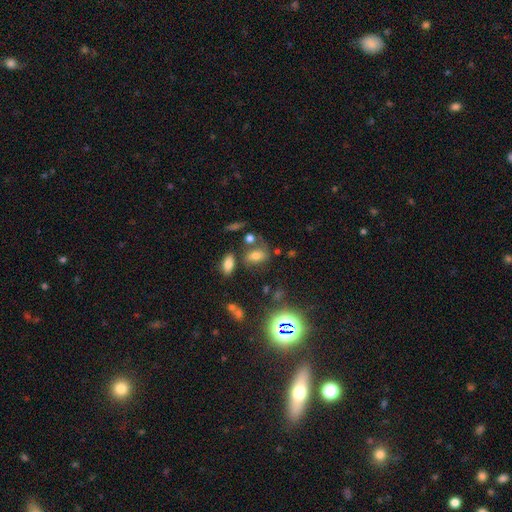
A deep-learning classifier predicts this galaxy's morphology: type=smooth (63%); roundness=in between (79%); merging=none (58%).